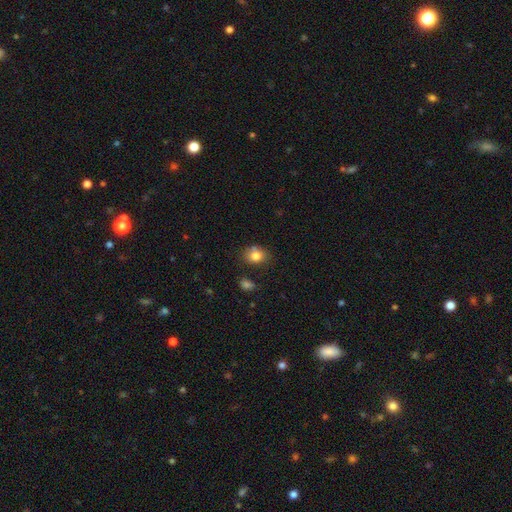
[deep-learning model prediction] smooth 81%, star or artifact 10%, featured or disk 9%. Down the decision tree: how rounded — in between (53%); merging — none (65%).